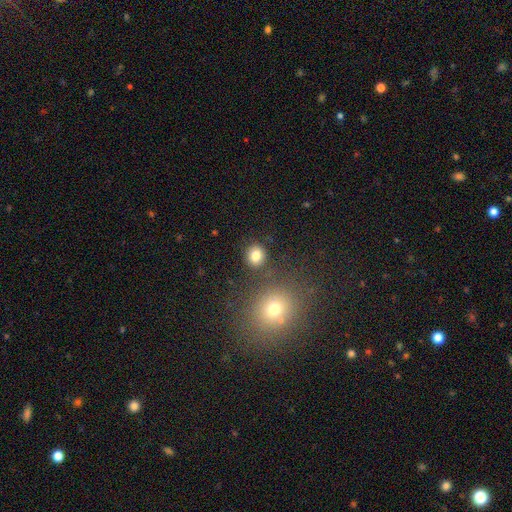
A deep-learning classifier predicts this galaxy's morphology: This appears to be a smooth galaxy with no disk features (82%) that is round (78%). Merging: none (82%).